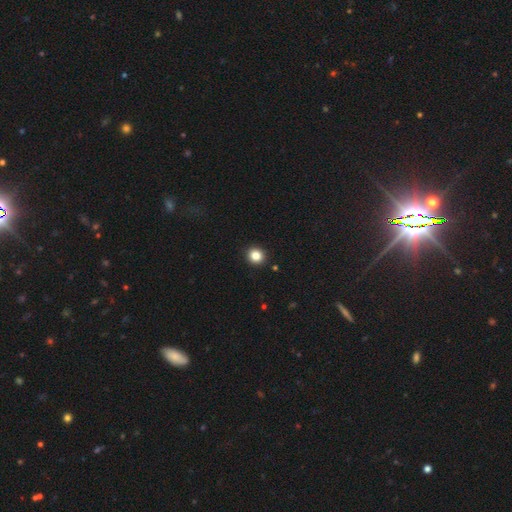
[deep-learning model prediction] A smooth galaxy with no disk features (84%) that is round (87%).

Vote fractions:
- Smooth or featured? smooth: 84% / star or artifact: 11% / featured or disk: 5%
- How rounded? round: 87% / in between: 12% / cigar-shaped: 1%
- Merging? none: 93% / minor disturbance: 5% / major disturbance: 2% / merger: 1%